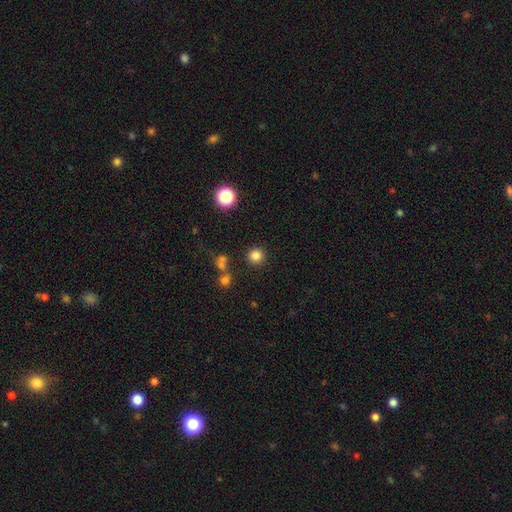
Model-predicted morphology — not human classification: smooth 81%, star or artifact 14%, featured or disk 5%. Down the decision tree: how rounded — round (95%); merging — none (87%).